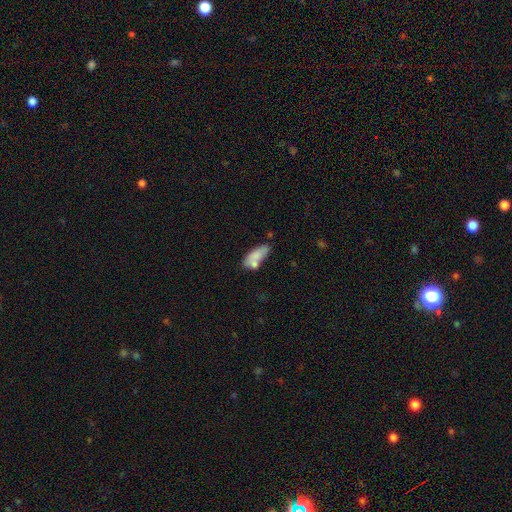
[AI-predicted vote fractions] smooth_or_featured: smooth (p=0.75) [alt: featured or disk p=0.17]
how_rounded: in between (p=0.78) [alt: cigar-shaped p=0.19]
merging: none (p=0.47) [alt: merger p=0.23]